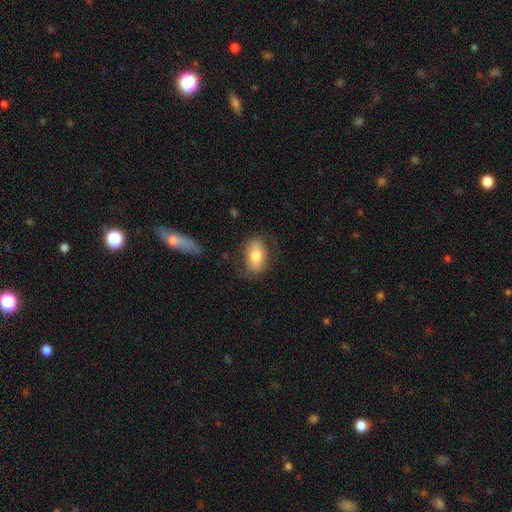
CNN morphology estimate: smooth_or_featured: smooth (p=0.73) [alt: featured or disk p=0.20]
how_rounded: in between (p=0.88) [alt: round p=0.09]
merging: none (p=0.74) [alt: minor disturbance p=0.18]